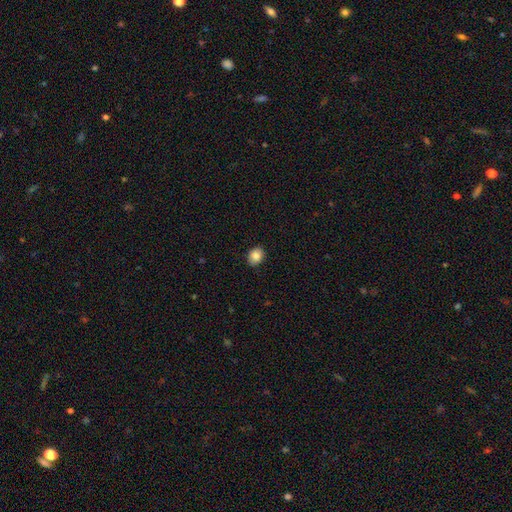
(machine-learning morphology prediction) The model was most divided on "how rounded": in between: 56%, round: 43%, cigar-shaped: 1%. More confident: merging — none (87%); smooth or featured — smooth (84%).